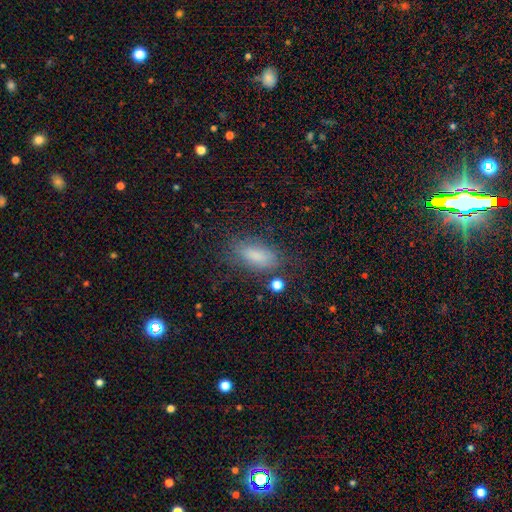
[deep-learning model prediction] Q: Smooth or featured?
A: smooth (77%); runner-up: featured or disk (12%)
Q: How rounded?
A: in between (81%); runner-up: cigar-shaped (15%)
Q: Merging?
A: none (69%); runner-up: minor disturbance (19%)